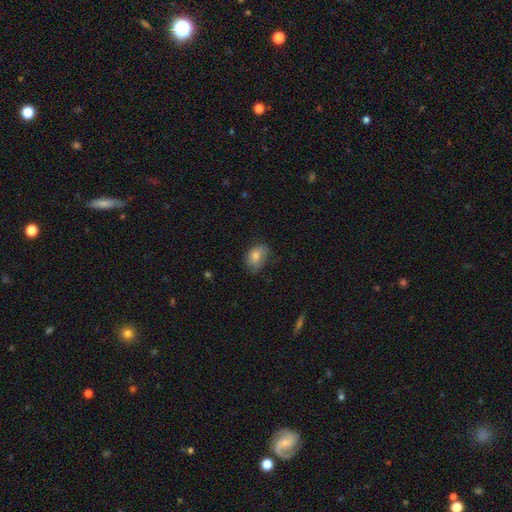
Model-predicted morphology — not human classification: Smooth or featured: smooth — 74% (featured or disk — 17%)
How rounded: in between — 70% (round — 28%)
Merging: none — 62% (minor disturbance — 29%)